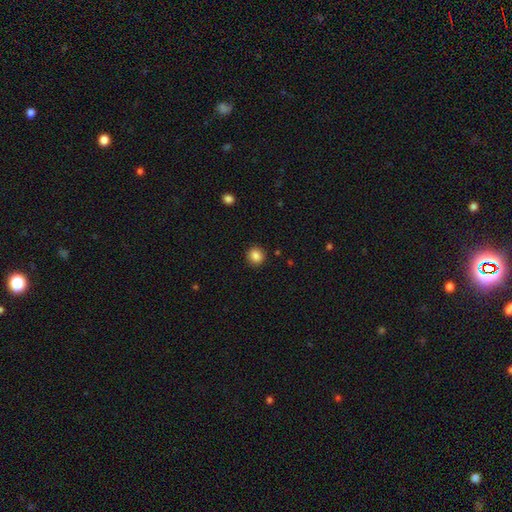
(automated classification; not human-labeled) Overall: smooth (86%). How rounded: round (85%). Merging: none (90%).